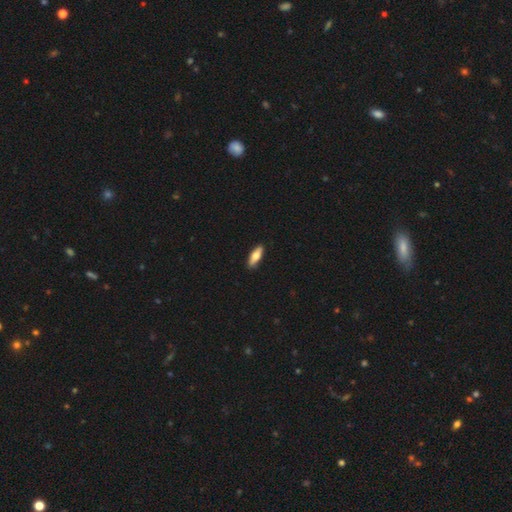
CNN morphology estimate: Overall: smooth (71%). How rounded: in between (56%; cigar-shaped 41%). Merging: none (89%).